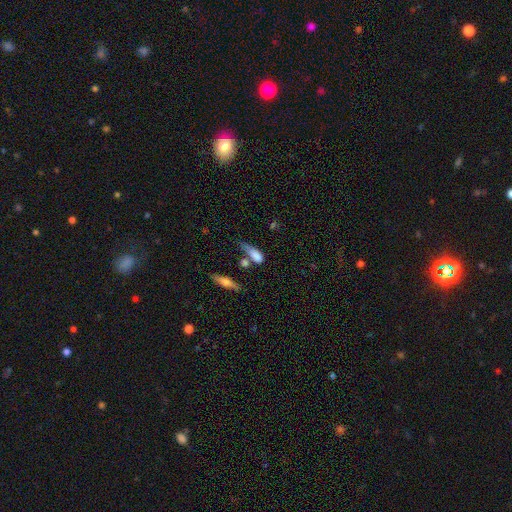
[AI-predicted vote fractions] Morphology: type=smooth (74%); roundness=in between (67%); merging=none (30%).